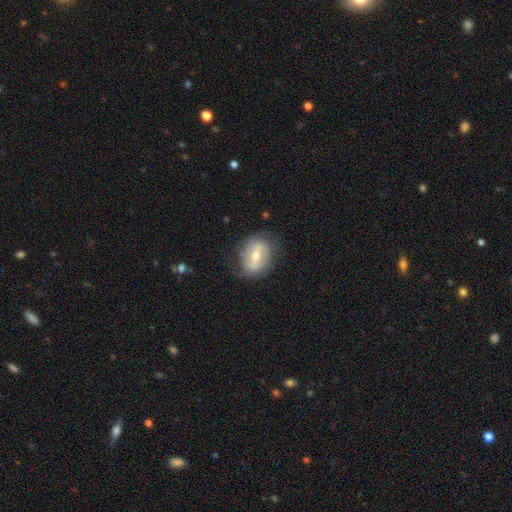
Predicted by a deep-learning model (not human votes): Smooth or featured? Predicted: featured or disk (p=0.65). Edge-on disk? Predicted: no (p=0.93). Bar? Predicted: strong (p=0.51). Spiral arms? Predicted: yes (p=0.59). Bulge size? Predicted: moderate (p=0.62). Merging? Predicted: none (p=0.67).